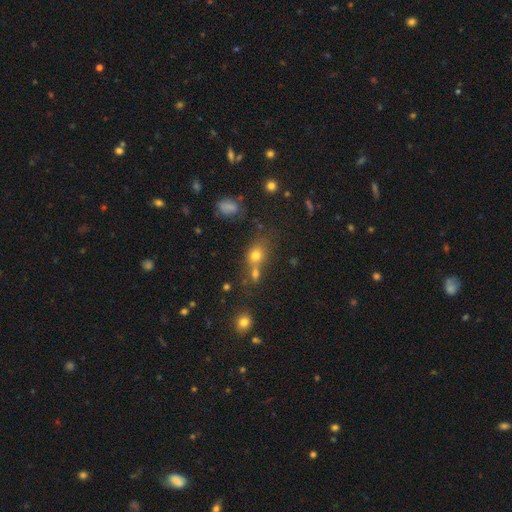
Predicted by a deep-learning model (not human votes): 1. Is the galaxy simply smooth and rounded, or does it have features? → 70% smooth, 18% star or artifact, 12% featured or disk.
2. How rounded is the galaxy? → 59% round, 39% in between, 2% cigar-shaped.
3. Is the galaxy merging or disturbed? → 46% none, 37% merger, 12% minor disturbance, 6% major disturbance.